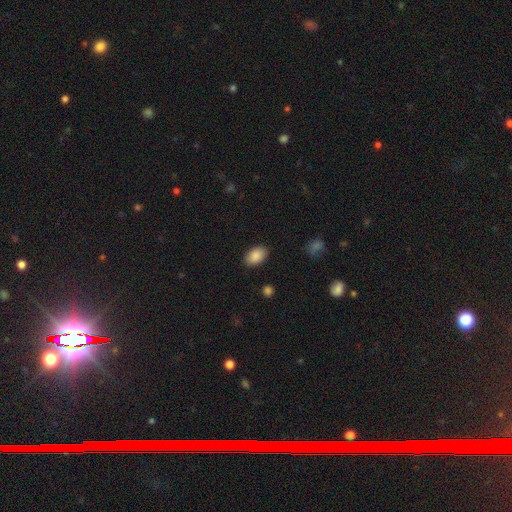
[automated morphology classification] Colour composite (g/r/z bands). It shows a smooth galaxy with no disk features (89%) that is in between round and cigar-shaped (91%). Merging: none (87%).